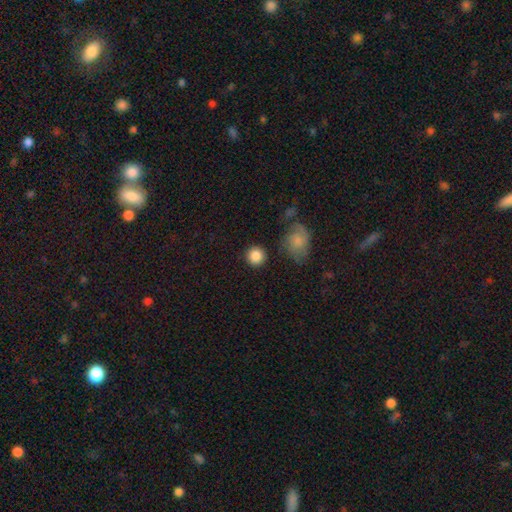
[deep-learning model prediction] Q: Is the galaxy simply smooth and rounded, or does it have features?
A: smooth — 87%.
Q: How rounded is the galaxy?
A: round — 93%.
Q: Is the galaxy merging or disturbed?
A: none — 86%.